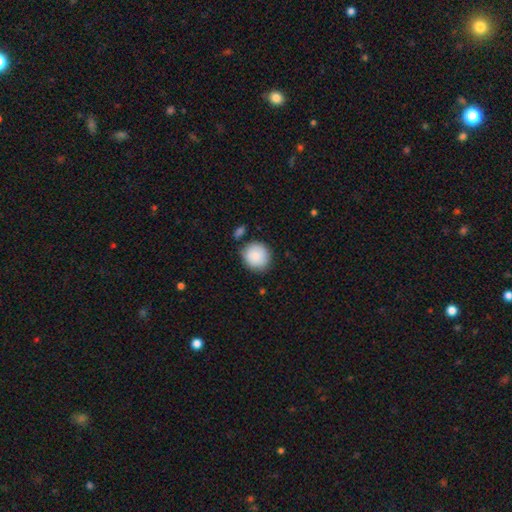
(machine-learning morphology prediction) A smooth galaxy with no disk features (88%) that is round (90%).

Vote fractions:
- Smooth or featured? smooth: 88% / star or artifact: 7% / featured or disk: 6%
- How rounded? round: 90% / in between: 9% / cigar-shaped: 1%
- Merging? none: 80% / minor disturbance: 13% / merger: 4% / major disturbance: 3%